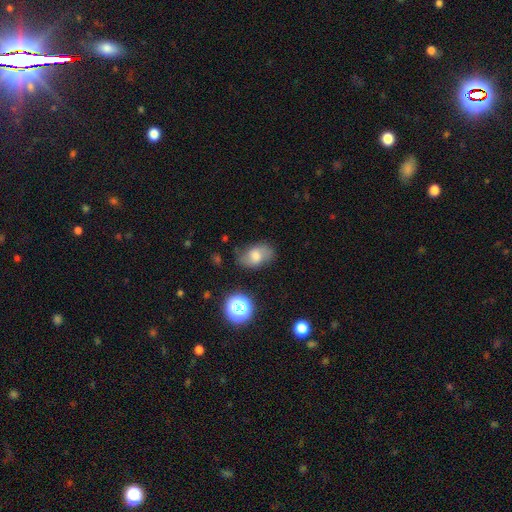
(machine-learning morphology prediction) Q: Smooth or featured?
A: smooth (60%); runner-up: featured or disk (28%)
Q: How rounded?
A: in between (84%); runner-up: round (14%)
Q: Merging?
A: none (69%); runner-up: minor disturbance (22%)